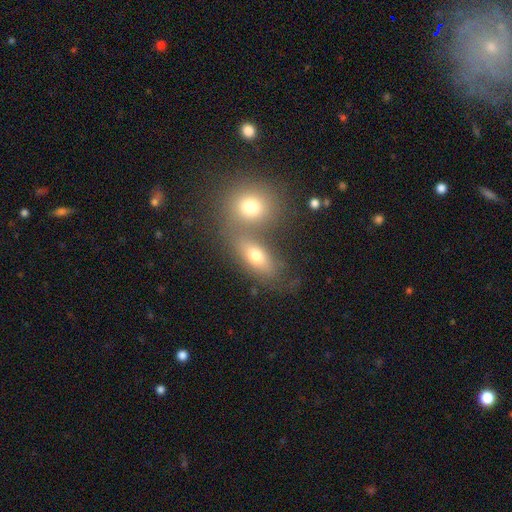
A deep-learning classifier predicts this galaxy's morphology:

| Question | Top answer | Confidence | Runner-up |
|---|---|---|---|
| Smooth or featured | smooth | 70% | featured or disk (18%) |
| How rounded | in between | 67% | round (26%) |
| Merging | merger | 45% | none (41%) |